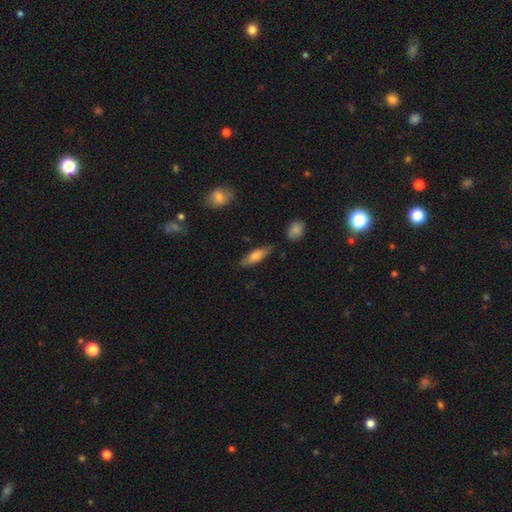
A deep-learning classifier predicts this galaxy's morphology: smooth-or-featured: smooth: 70% | featured or disk: 23% | star or artifact: 7%
  how-rounded: in between: 51% | cigar-shaped: 46% | round: 2%
  merging: none: 76% | minor disturbance: 17% | major disturbance: 4% | merger: 3%